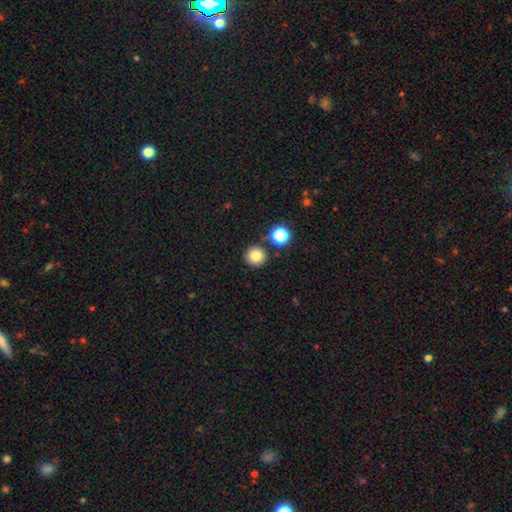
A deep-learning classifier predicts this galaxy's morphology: Smooth or featured? smooth (81%)
How rounded? round (95%)
Merging? none (85%)